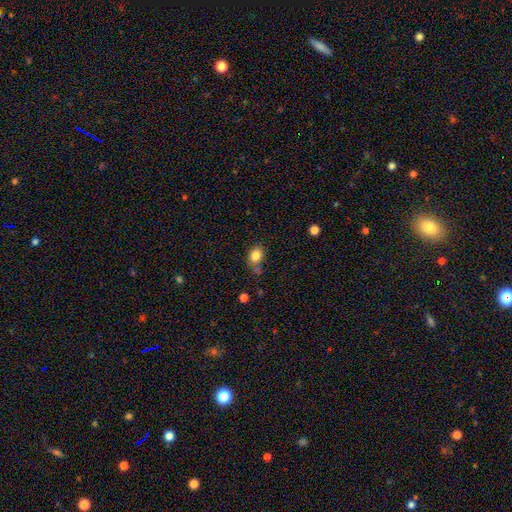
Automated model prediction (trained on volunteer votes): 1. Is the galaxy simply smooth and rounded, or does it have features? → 83% smooth, 10% star or artifact, 7% featured or disk.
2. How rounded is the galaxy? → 54% in between, 45% round, 1% cigar-shaped.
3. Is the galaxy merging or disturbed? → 58% none, 25% minor disturbance, 9% merger, 8% major disturbance.